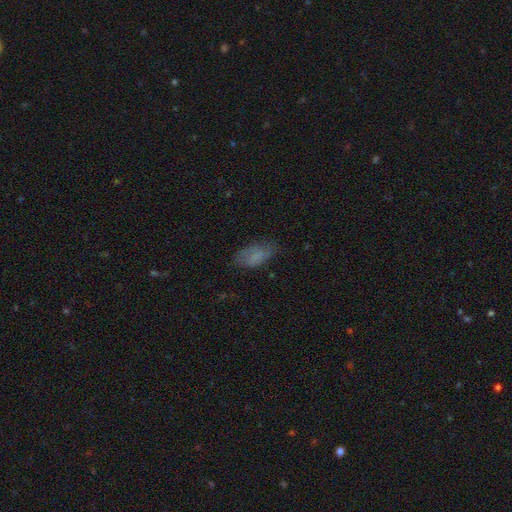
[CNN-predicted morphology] smooth 72%, featured or disk 17%, star or artifact 11%. Down the decision tree: how rounded — in between (90%); merging — none (61%).